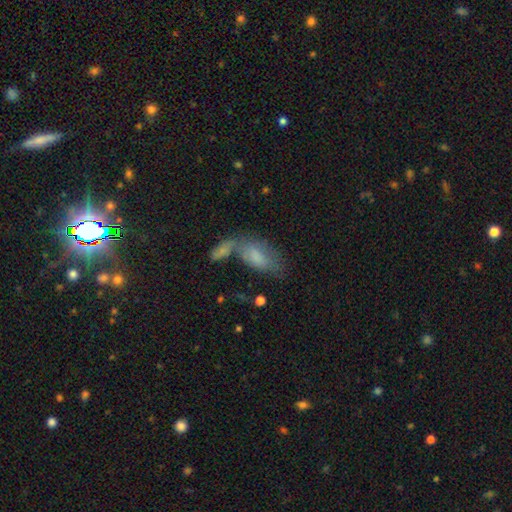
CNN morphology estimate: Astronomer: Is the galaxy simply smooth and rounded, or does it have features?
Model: smooth — 69%.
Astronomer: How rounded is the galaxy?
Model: in between — 88%.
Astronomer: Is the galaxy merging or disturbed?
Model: merger — 39% (runner-up: none, 33%).